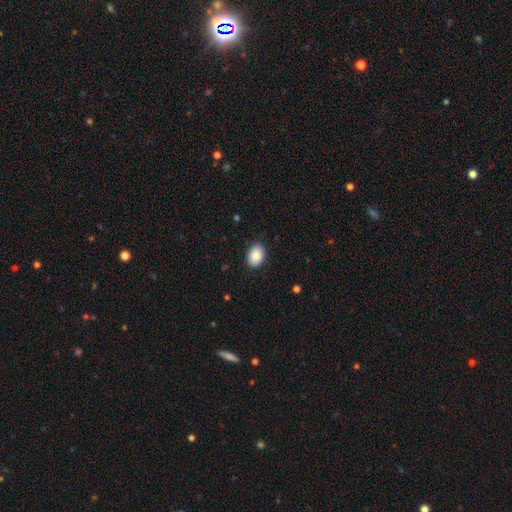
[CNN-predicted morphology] Smooth or featured? Predicted: smooth (p=0.87). How rounded? Predicted: in between (p=0.81). Merging? Predicted: none (p=0.87).